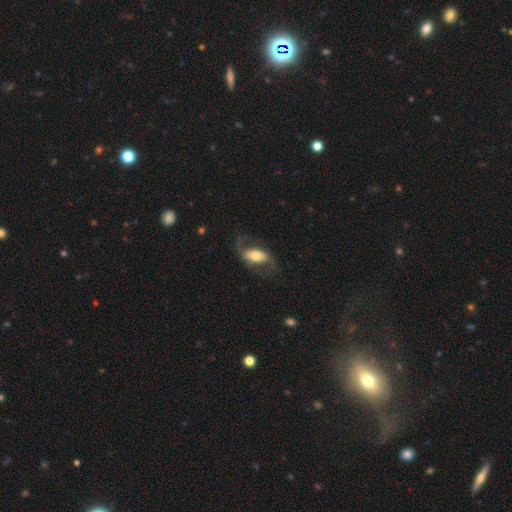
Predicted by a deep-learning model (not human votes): Morphology: type=featured or disk (62%); edge-on=no (92%); bar=no (40%); spiral arms=yes (84%); bulge=moderate (54%); merging=none (65%).